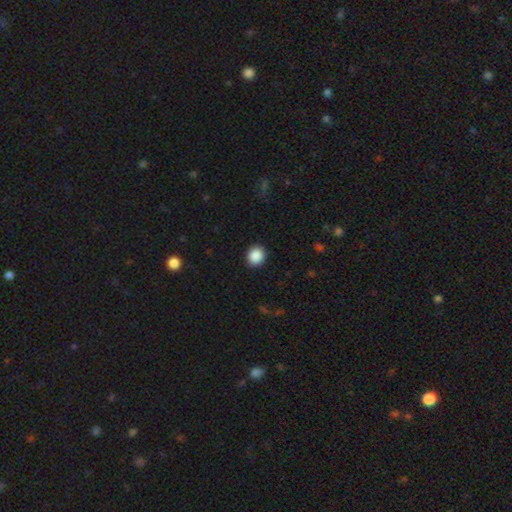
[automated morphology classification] Smooth or featured: smooth — 89% (star or artifact — 8%)
How rounded: round — 77% (in between — 22%)
Merging: none — 91% (minor disturbance — 6%)